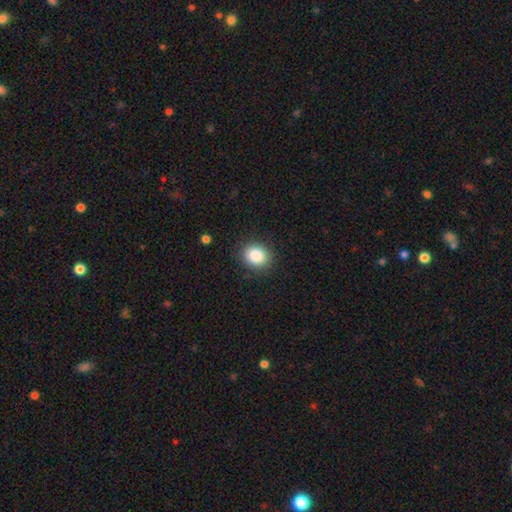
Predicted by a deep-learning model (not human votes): The model was most divided on "how rounded": round: 71%, in between: 28%, cigar-shaped: 1%. More confident: merging — none (88%); smooth or featured — smooth (86%).